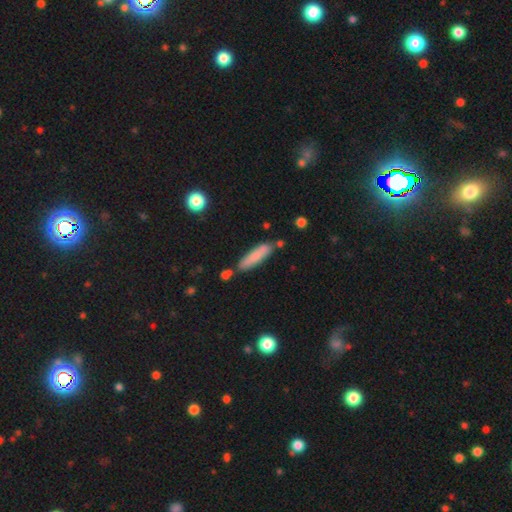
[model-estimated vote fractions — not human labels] This appears to be a smooth galaxy with no disk features (79%) that is cigar-shaped (80%). Merging: none (73%).